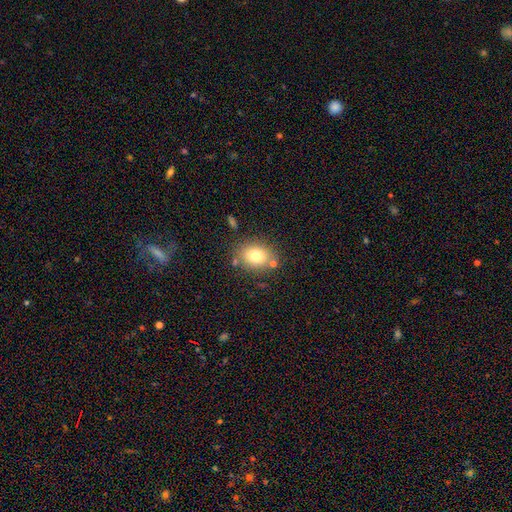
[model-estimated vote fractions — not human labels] Smooth or featured: smooth — 78% (featured or disk — 12%)
How rounded: in between — 57% (round — 42%)
Merging: none — 77% (minor disturbance — 13%)